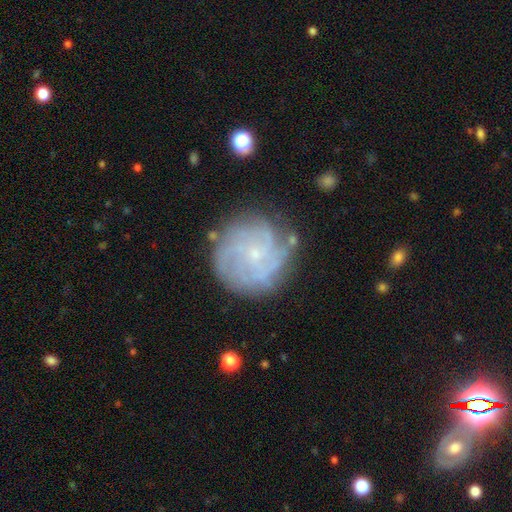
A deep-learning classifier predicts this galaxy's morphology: type=featured or disk (73%); edge-on=no (98%); bar=no (76%); spiral arms=yes (88%); winding=tight (60%); arm count=can't tell (36%); bulge=small (81%); merging=none (74%).